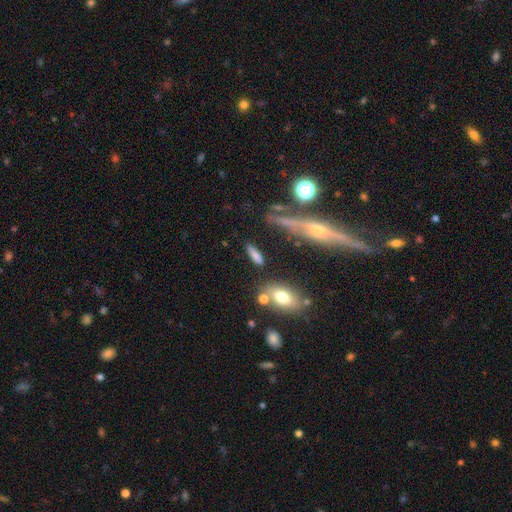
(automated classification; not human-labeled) A smooth galaxy with no disk features (72%) that is cigar-shaped (53%).

Vote fractions:
- Smooth or featured? smooth: 72% / featured or disk: 18% / star or artifact: 10%
- How rounded? cigar-shaped: 53% / in between: 43% / round: 4%
- Merging? none: 71% / minor disturbance: 14% / merger: 9% / major disturbance: 6%